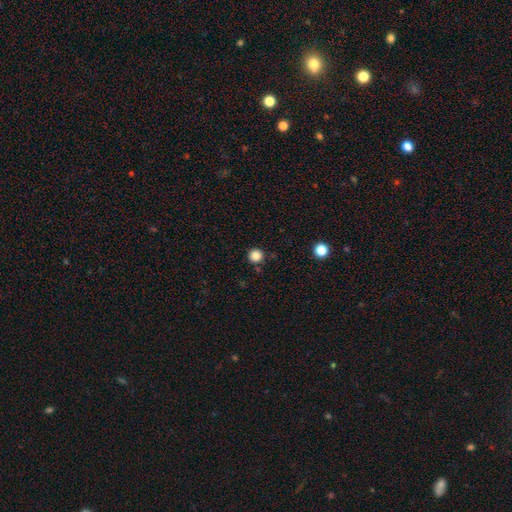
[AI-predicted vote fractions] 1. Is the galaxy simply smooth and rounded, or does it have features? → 85% smooth, 11% star or artifact, 4% featured or disk.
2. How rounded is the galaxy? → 96% round, 3% in between, 1% cigar-shaped.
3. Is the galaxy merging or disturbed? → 89% none, 6% minor disturbance, 3% merger, 2% major disturbance.